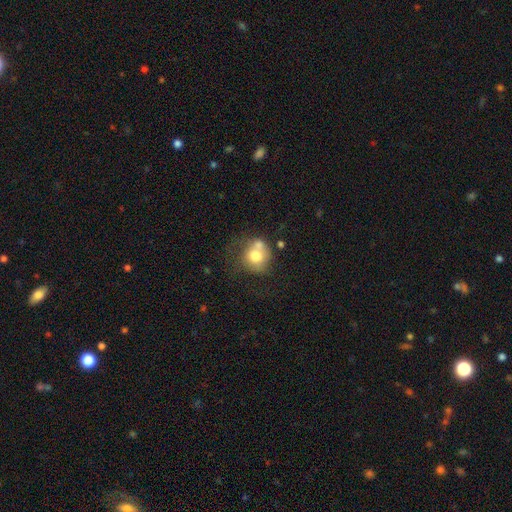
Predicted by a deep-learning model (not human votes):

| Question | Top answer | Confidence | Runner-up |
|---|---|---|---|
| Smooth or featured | smooth | 70% | featured or disk (21%) |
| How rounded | round | 79% | in between (21%) |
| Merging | none | 38% | merger (35%) |